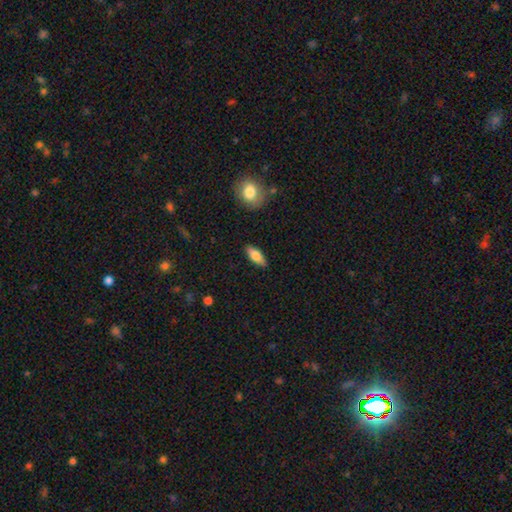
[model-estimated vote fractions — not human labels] Smooth or featured?
  - smooth: 74% *
  - featured or disk: 20%
  - star or artifact: 6%
How rounded?
  - in between: 72% *
  - cigar-shaped: 25%
  - round: 3%
Merging?
  - none: 87% *
  - minor disturbance: 9%
  - major disturbance: 2%
  - merger: 1%